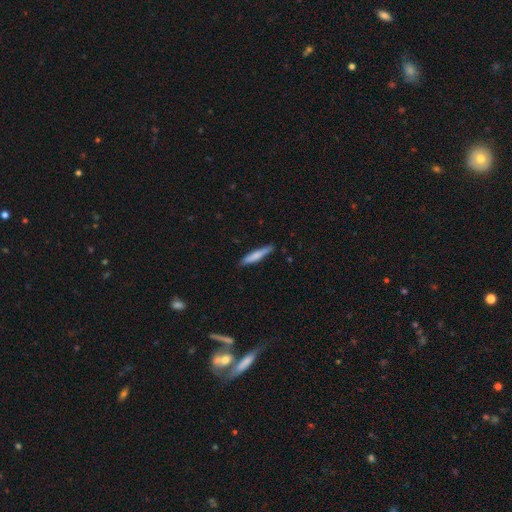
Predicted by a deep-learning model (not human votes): A smooth galaxy with no disk features (73%) that is cigar-shaped (91%). Merging: none (84%).